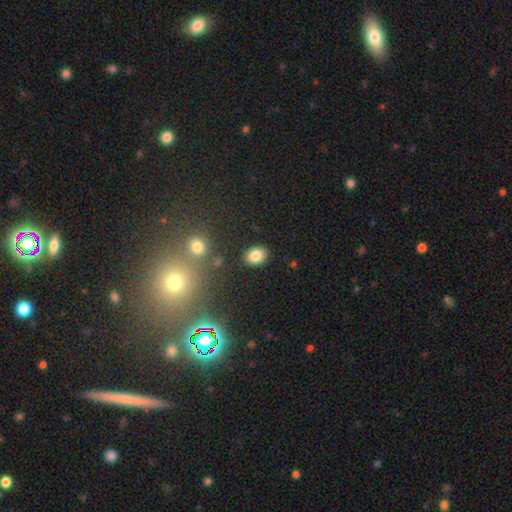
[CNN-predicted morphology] Smooth or featured?
  - smooth: 83% *
  - star or artifact: 10%
  - featured or disk: 7%
How rounded?
  - in between: 57% *
  - round: 42%
  - cigar-shaped: 1%
Merging?
  - none: 87% *
  - minor disturbance: 8%
  - merger: 3%
  - major disturbance: 3%